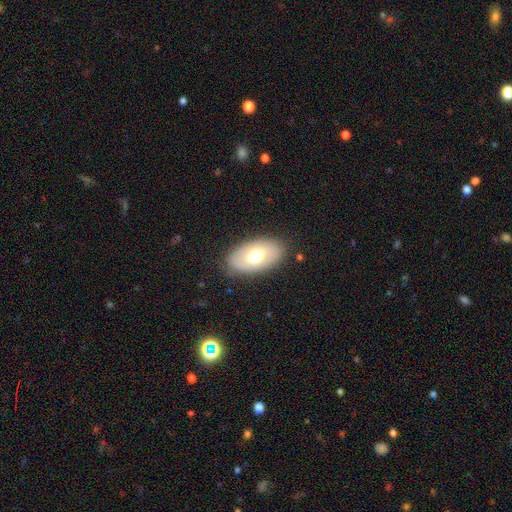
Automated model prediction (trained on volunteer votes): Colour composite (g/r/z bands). It shows a smooth galaxy with no disk features (58%) that is in between round and cigar-shaped (92%). Merging: none (82%).